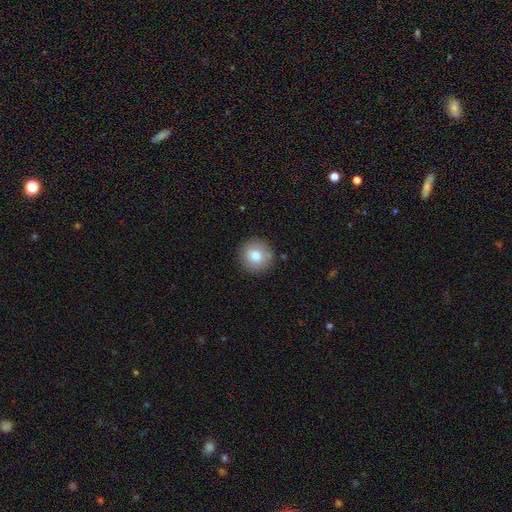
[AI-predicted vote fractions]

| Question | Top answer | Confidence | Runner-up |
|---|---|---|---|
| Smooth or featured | smooth | 77% | featured or disk (13%) |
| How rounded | round | 94% | in between (5%) |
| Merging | none | 89% | minor disturbance (8%) |